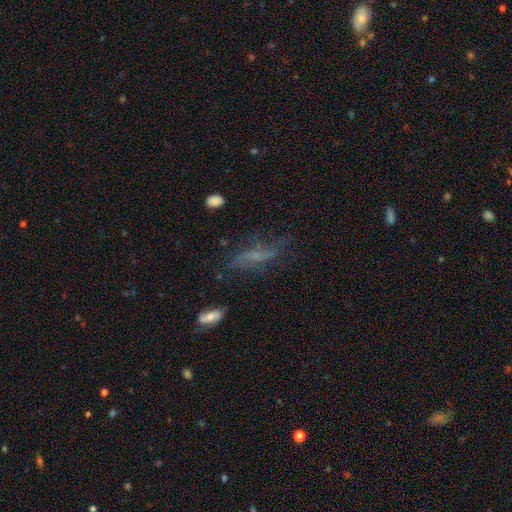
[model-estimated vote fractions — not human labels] Smooth or featured: featured or disk — 49% (smooth — 33%)
Merging: none — 57% (minor disturbance — 22%)